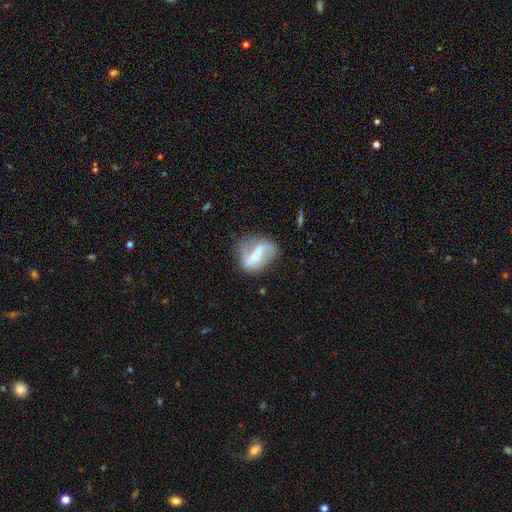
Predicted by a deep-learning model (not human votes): Overall: featured or disk (67%). Edge-on disk: no (90%). Bar: strong (65%). Spiral arms: yes (62%; no 38%). Bulge size: small (39%; moderate 34%). Merging: none (63%).